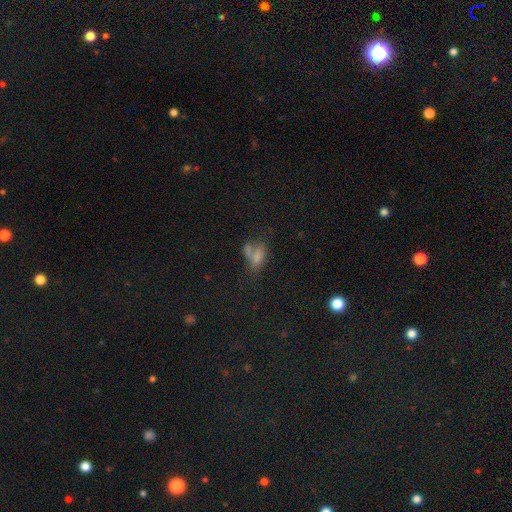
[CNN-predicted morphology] Smooth or featured? smooth (67%)
How rounded? in between (82%)
Merging? merger (48%)